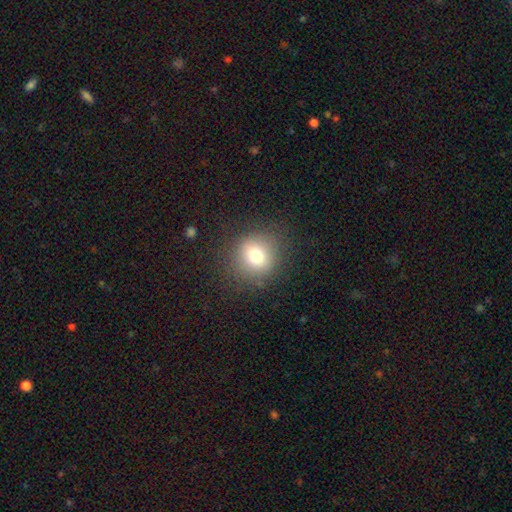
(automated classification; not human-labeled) Smooth or featured? smooth (76%)
How rounded? round (87%)
Merging? none (85%)